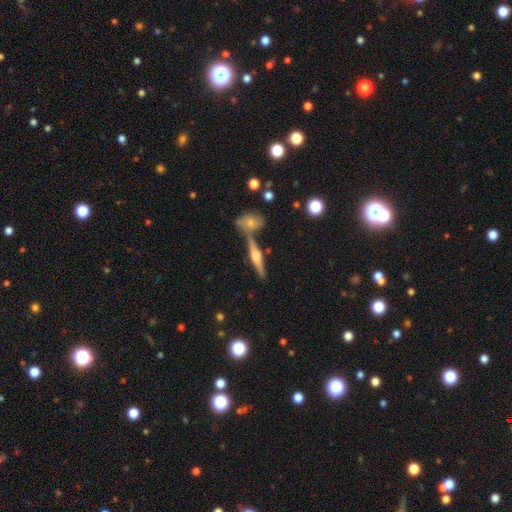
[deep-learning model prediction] Morphology: type=featured or disk (70%); edge-on=yes (97%); edge-on bulge=rounded (84%); merging=none (73%).